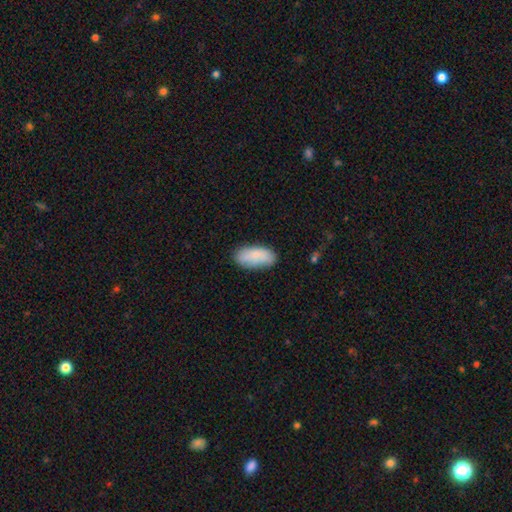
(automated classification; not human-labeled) A smooth galaxy with no disk features (83%) that is in between round and cigar-shaped (89%).

Vote fractions:
- Smooth or featured? smooth: 83% / featured or disk: 10% / star or artifact: 6%
- How rounded? in between: 89% / cigar-shaped: 9% / round: 2%
- Merging? none: 79% / minor disturbance: 16% / major disturbance: 3% / merger: 2%